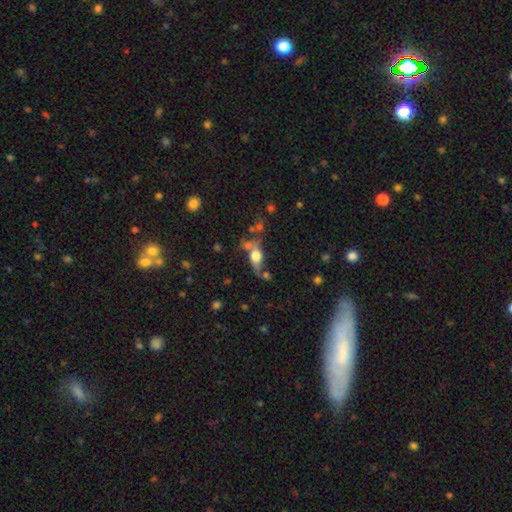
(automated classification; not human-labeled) smooth 56%, featured or disk 32%, star or artifact 12%. Down the decision tree: how rounded — in between (67%); merging — none (42%).